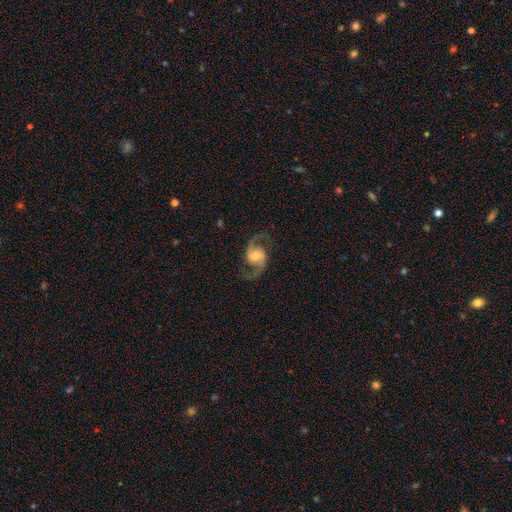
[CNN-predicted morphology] Smooth or featured? Predicted: featured or disk (p=0.90). Edge-on disk? Predicted: no (p=0.98). Bar? Predicted: no (p=0.48). Spiral arms? Predicted: yes (p=0.98). Spiral winding? Predicted: loose (p=0.48). Spiral arm count? Predicted: 2 (p=0.95). Bulge size? Predicted: moderate (p=0.60). Merging? Predicted: none (p=0.82).